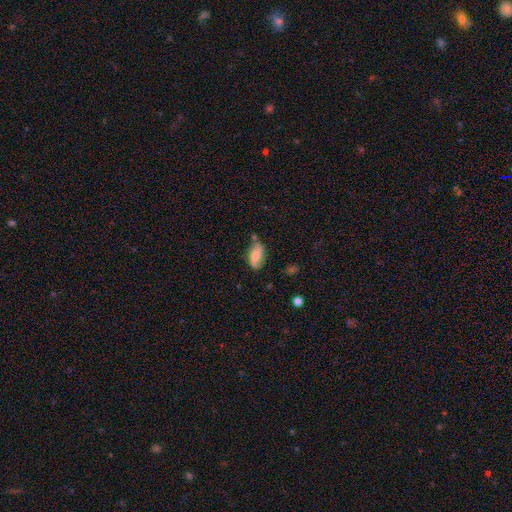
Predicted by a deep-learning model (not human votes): featured or disk 53%, smooth 39%, star or artifact 8%. Down the decision tree: edge-on disk — no (93%); merging — none (67%).